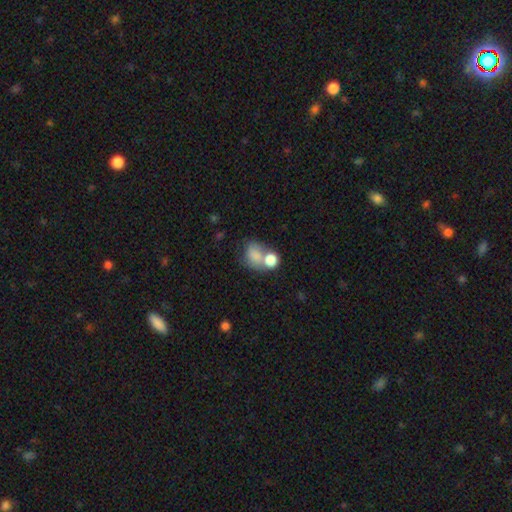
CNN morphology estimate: This appears to be a smooth galaxy with no disk features (76%) that is in between round and cigar-shaped (54%). Merging: merger (50%).